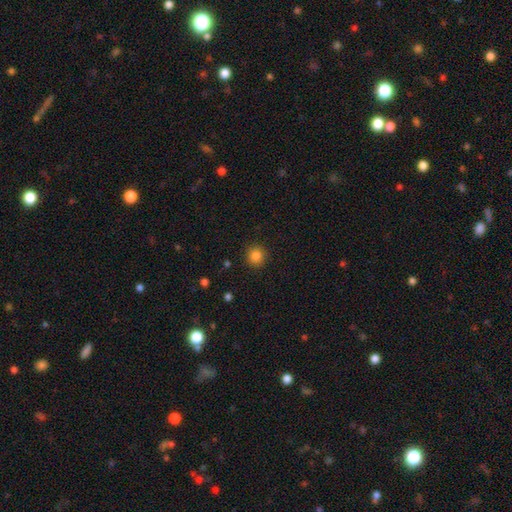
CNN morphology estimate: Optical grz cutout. It shows a smooth galaxy with no disk features (84%) that is round (93%). Merging: none (91%).